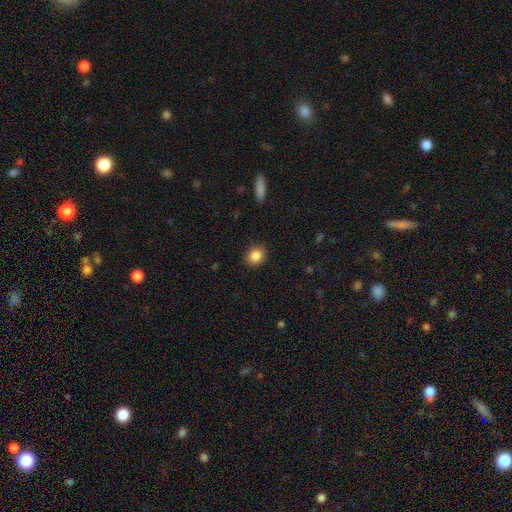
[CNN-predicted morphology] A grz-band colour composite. It shows a smooth galaxy with no disk features (86%) that is round (73%). Merging: none (89%).